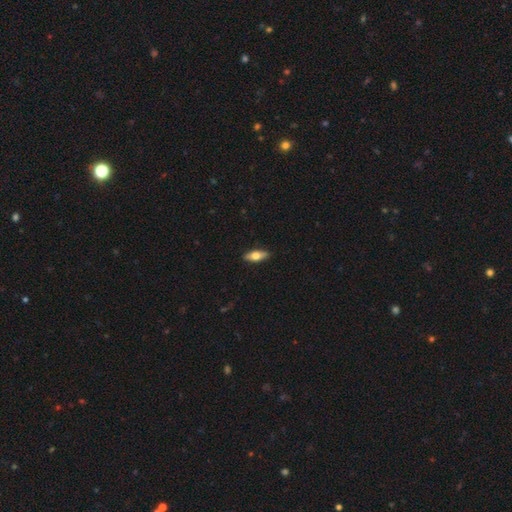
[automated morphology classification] A smooth galaxy with no disk features (61%) that is in between round and cigar-shaped (69%). Merging: none (90%).